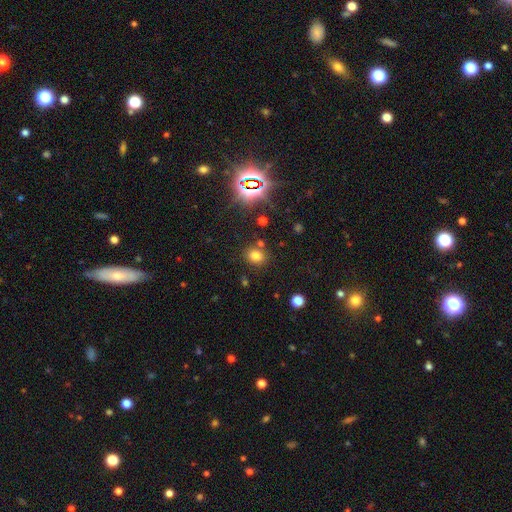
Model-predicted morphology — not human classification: Smooth or featured?
  - smooth: 74% *
  - star or artifact: 20%
  - featured or disk: 7%
How rounded?
  - round: 60% *
  - in between: 39%
  - cigar-shaped: 1%
Merging?
  - none: 76% *
  - minor disturbance: 10%
  - merger: 10%
  - major disturbance: 4%